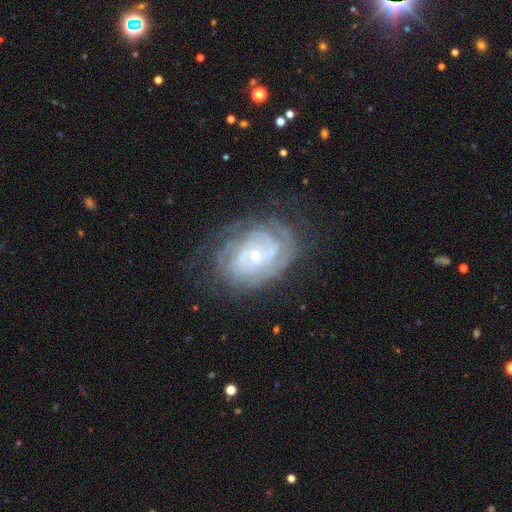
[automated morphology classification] This is clearly a featured or disk galaxy (85%). It is clearly not viewed edge-on (97%). Bar: likely no (67%). Spiral arm pattern: clearly yes (95%). Spiral arm count: marginally can't tell (37%). Spiral winding: likely tight (74%). Central bulge: clearly small (80%). Merging: likely none (70%).